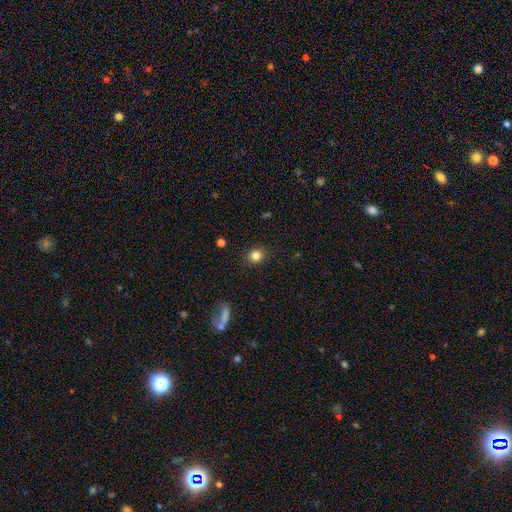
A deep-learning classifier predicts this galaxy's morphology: smooth_or_featured: smooth (p=0.83) [alt: star or artifact p=0.11]
how_rounded: round (p=0.83) [alt: in between p=0.16]
merging: none (p=0.89) [alt: minor disturbance p=0.07]